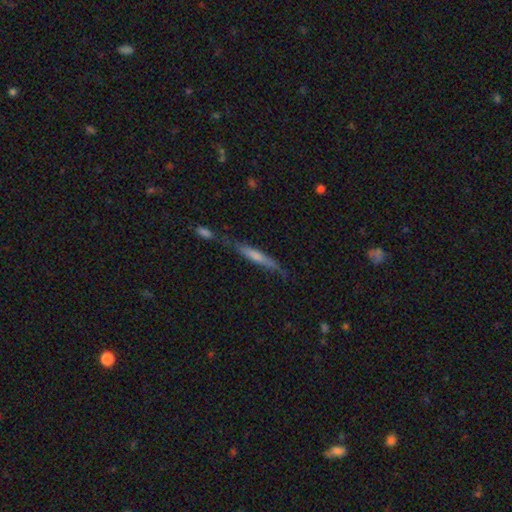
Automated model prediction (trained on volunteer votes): Smooth or featured? Predicted: smooth (p=0.49). Merging? Predicted: none (p=0.61).